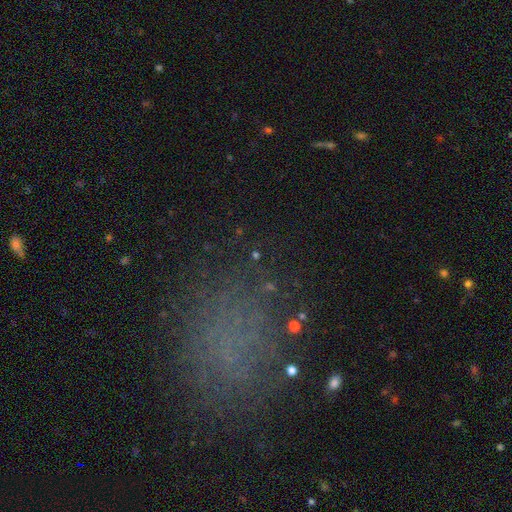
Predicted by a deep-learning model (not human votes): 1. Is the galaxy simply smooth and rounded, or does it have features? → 49% star or artifact, 30% featured or disk, 22% smooth.